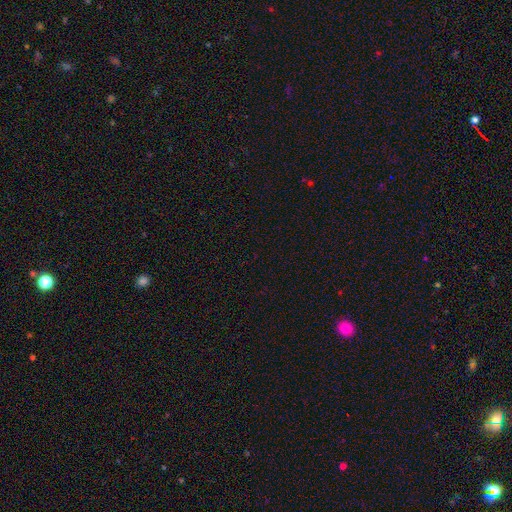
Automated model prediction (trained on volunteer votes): Smooth or featured: star or artifact — 69% (smooth — 24%)